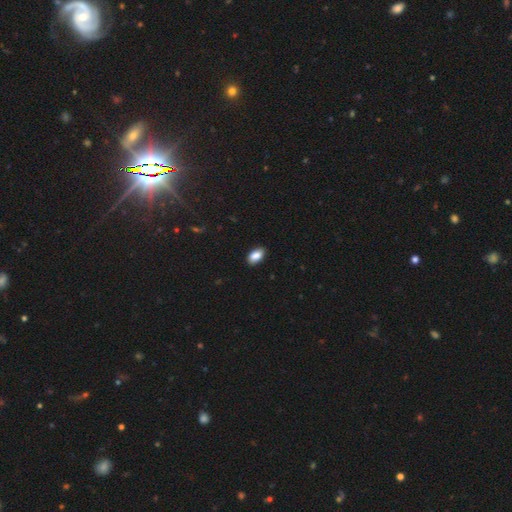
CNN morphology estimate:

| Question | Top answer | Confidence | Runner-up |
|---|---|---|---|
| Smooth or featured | smooth | 88% | star or artifact (7%) |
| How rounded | in between | 93% | round (5%) |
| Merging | none | 87% | minor disturbance (10%) |